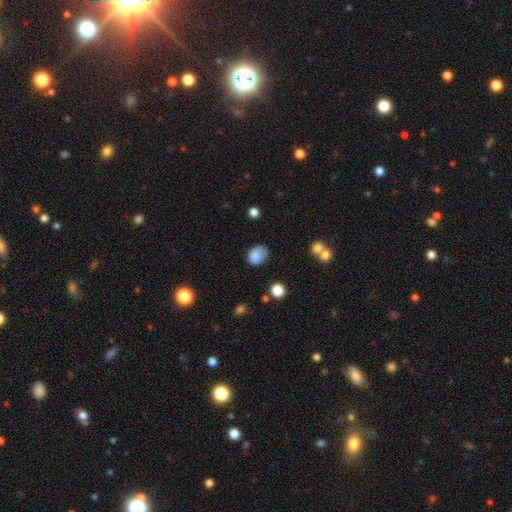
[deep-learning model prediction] A smooth galaxy with no disk features (83%) that is in between round and cigar-shaped (69%).

Vote fractions:
- Smooth or featured? smooth: 83% / star or artifact: 10% / featured or disk: 7%
- How rounded? in between: 69% / round: 30% / cigar-shaped: 1%
- Merging? none: 59% / minor disturbance: 29% / major disturbance: 9% / merger: 3%